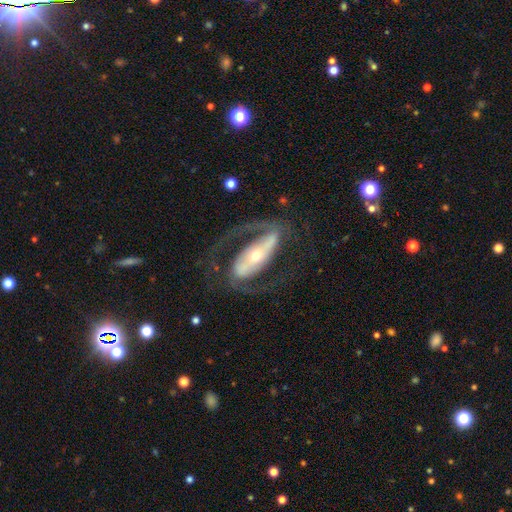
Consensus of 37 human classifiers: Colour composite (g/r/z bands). It shows a featured or disk galaxy (86%) with a strong bar (55%), 2 (96%) medium (59%) spiral arms (93%) and a small central bulge (52%). Merging: none (69%).